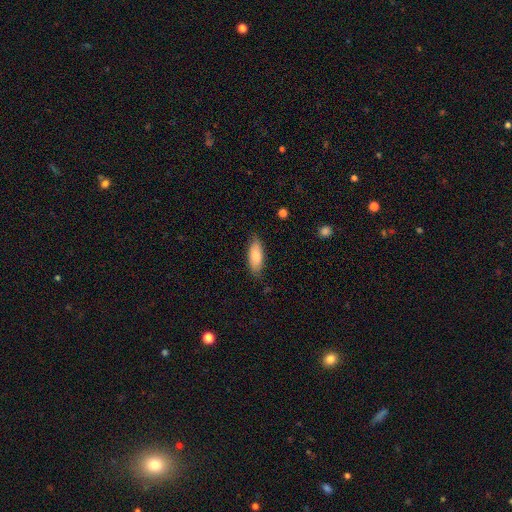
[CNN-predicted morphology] This is clearly a smooth galaxy (81%). How rounded: likely in between (76%). Merging: likely none (80%).